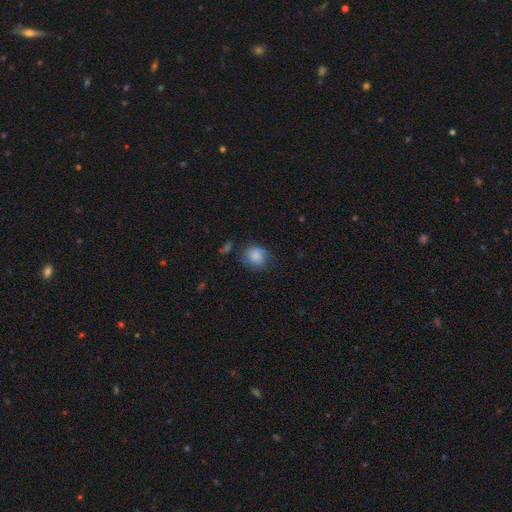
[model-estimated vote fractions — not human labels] Morphology: type=smooth (80%); roundness=round (70%); merging=none (60%).